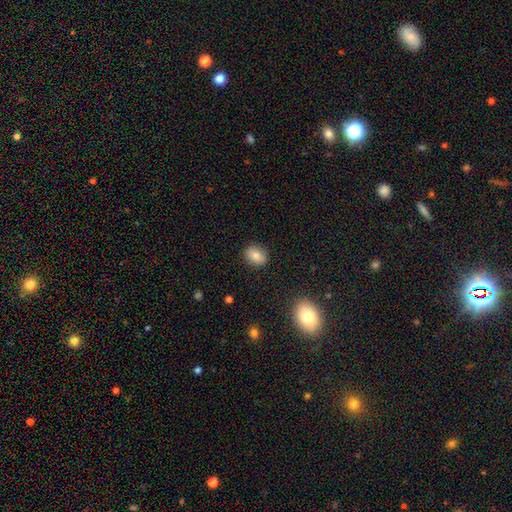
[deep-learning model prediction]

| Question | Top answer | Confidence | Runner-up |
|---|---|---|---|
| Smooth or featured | smooth | 82% | star or artifact (10%) |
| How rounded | in between | 52% | round (47%) |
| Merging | none | 88% | minor disturbance (9%) |